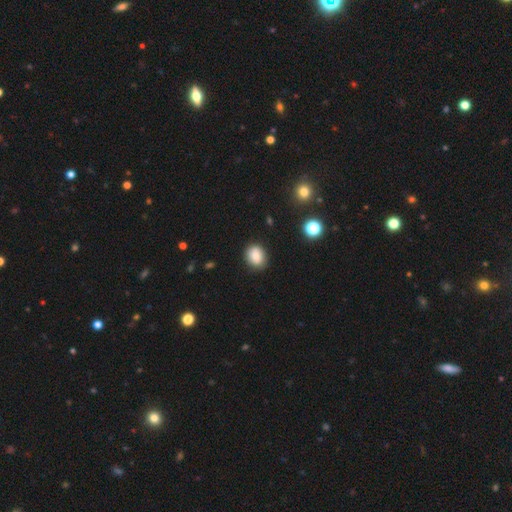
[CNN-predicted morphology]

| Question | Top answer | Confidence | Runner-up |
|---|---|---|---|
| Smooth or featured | smooth | 78% | featured or disk (12%) |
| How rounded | round | 59% | in between (40%) |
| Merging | none | 83% | minor disturbance (13%) |